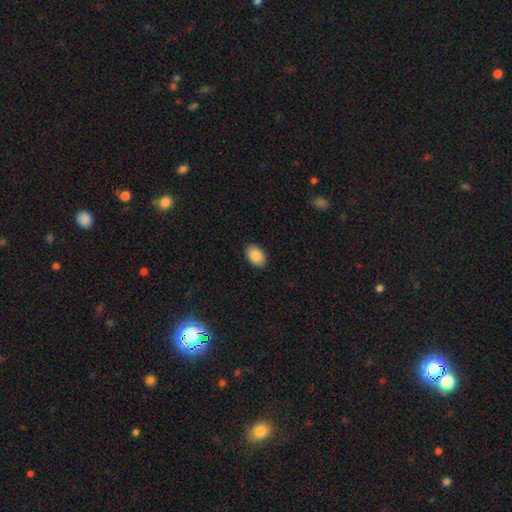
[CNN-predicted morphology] smooth_or_featured: smooth (p=0.89) [alt: star or artifact p=0.07]
how_rounded: in between (p=0.88) [alt: round p=0.10]
merging: none (p=0.89) [alt: minor disturbance p=0.08]